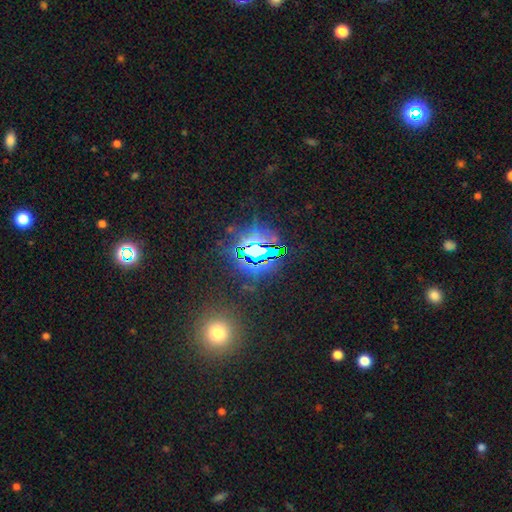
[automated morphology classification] smooth-or-featured: star or artifact: 80% | smooth: 11% | featured or disk: 9%